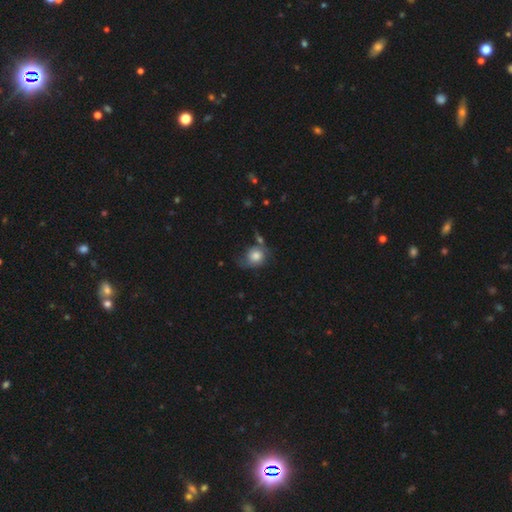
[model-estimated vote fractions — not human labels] Smooth or featured?
  - smooth: 70% *
  - featured or disk: 22%
  - star or artifact: 8%
How rounded?
  - round: 71% *
  - in between: 28%
  - cigar-shaped: 1%
Merging?
  - none: 46% *
  - minor disturbance: 29%
  - major disturbance: 15%
  - merger: 10%